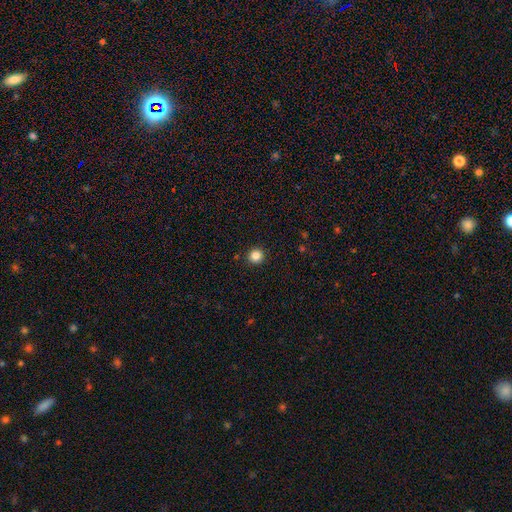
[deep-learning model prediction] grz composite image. It shows a smooth galaxy with no disk features (85%) that is round (95%). Merging: none (93%).